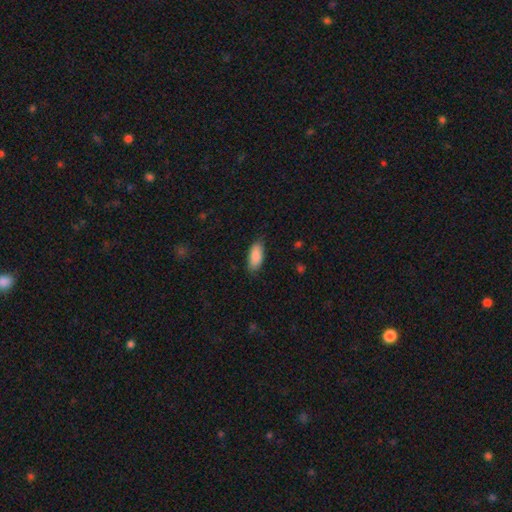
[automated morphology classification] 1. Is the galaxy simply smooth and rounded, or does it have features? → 89% smooth, 6% star or artifact, 5% featured or disk.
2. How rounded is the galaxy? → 87% in between, 12% cigar-shaped, 2% round.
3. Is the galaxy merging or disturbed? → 82% none, 15% minor disturbance, 3% major disturbance, 1% merger.